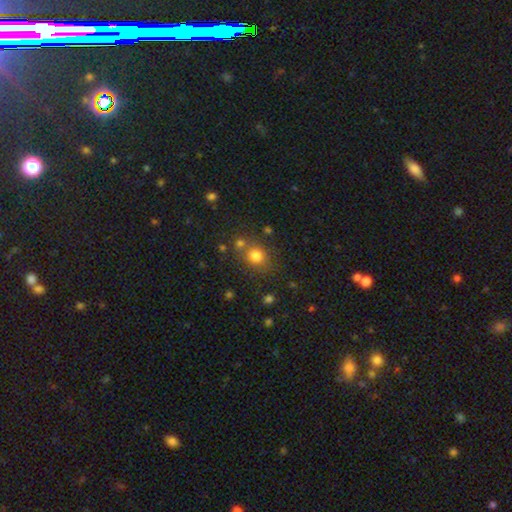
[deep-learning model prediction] Smooth or featured?
  - smooth: 77% *
  - star or artifact: 15%
  - featured or disk: 8%
How rounded?
  - round: 74% *
  - in between: 25%
  - cigar-shaped: 1%
Merging?
  - none: 68% *
  - merger: 14%
  - minor disturbance: 12%
  - major disturbance: 5%